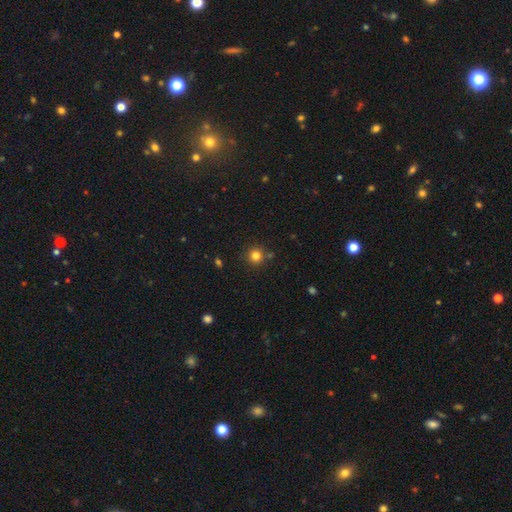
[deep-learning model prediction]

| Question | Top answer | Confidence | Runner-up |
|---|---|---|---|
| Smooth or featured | smooth | 80% | star or artifact (14%) |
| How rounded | round | 94% | in between (5%) |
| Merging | none | 84% | minor disturbance (8%) |